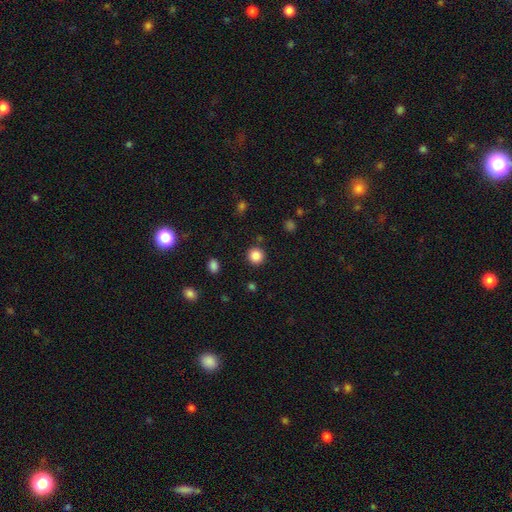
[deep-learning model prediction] Morphology: type=smooth (86%); roundness=round (93%); merging=none (89%).